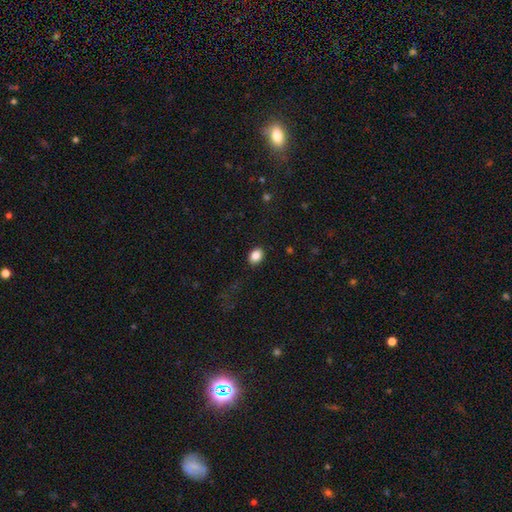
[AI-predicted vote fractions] The model was most divided on "how rounded": in between: 68%, round: 31%, cigar-shaped: 1%. More confident: merging — none (88%); smooth or featured — smooth (86%).